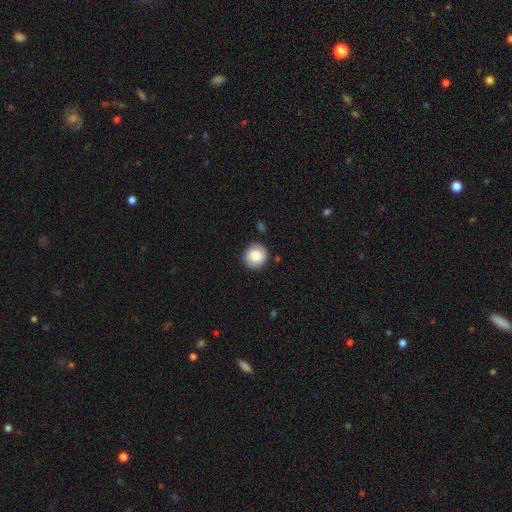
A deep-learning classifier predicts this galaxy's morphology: smooth 79%, featured or disk 13%, star or artifact 8%. Down the decision tree: how rounded — round (89%); merging — none (81%).